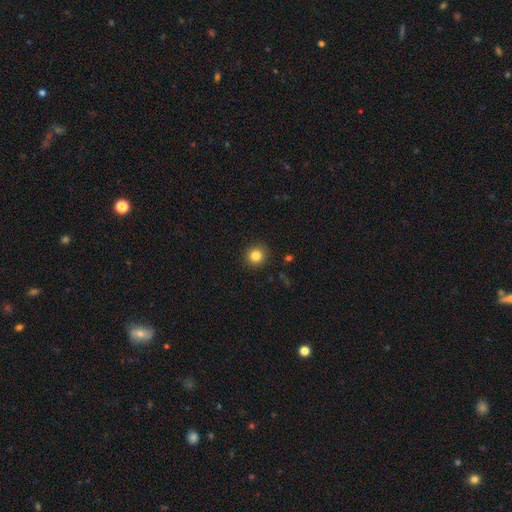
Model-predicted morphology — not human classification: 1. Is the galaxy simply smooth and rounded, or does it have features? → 84% smooth, 11% star or artifact, 5% featured or disk.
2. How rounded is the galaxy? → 93% round, 6% in between, 1% cigar-shaped.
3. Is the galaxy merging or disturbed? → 91% none, 6% minor disturbance, 2% major disturbance, 1% merger.